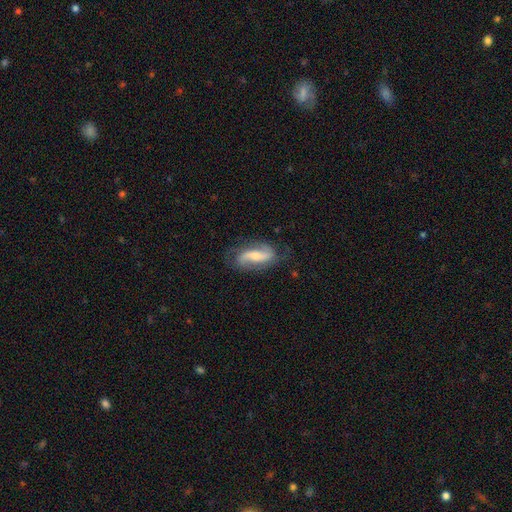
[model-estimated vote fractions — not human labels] Smooth or featured? Predicted: featured or disk (p=0.74). Edge-on disk? Predicted: no (p=0.92). Bar? Predicted: weak (p=0.36). Spiral arms? Predicted: yes (p=0.93). Spiral winding? Predicted: loose (p=0.47). Spiral arm count? Predicted: 2 (p=0.87). Bulge size? Predicted: moderate (p=0.44). Merging? Predicted: none (p=0.71).